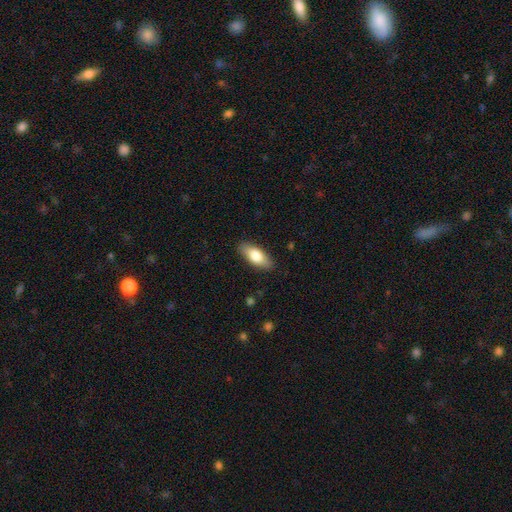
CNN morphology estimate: A smooth galaxy with no disk features (77%) that is in between round and cigar-shaped (80%). Merging: none (87%).